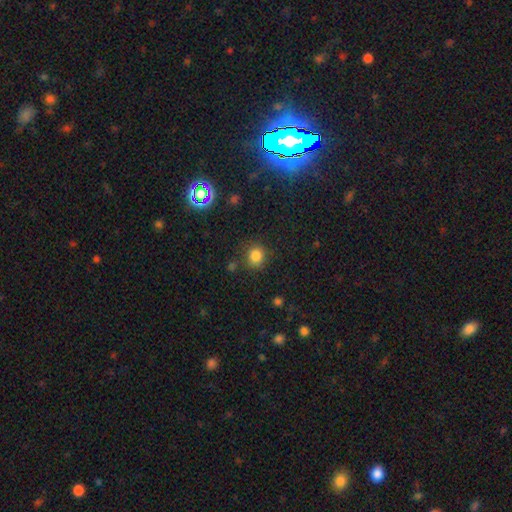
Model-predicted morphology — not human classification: The model was most divided on "smooth or featured": smooth: 81%, star or artifact: 14%, featured or disk: 5%. More confident: how rounded — round (85%); merging — none (81%).